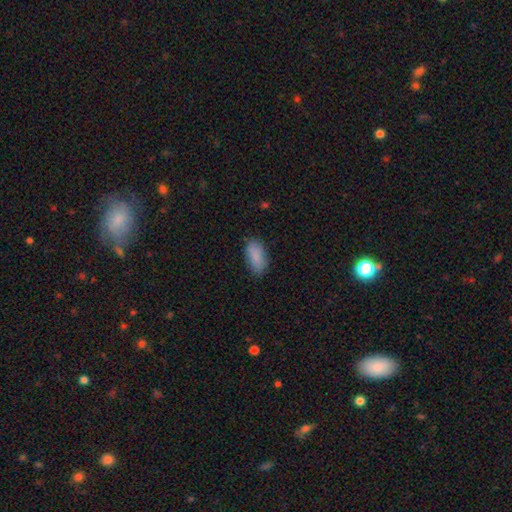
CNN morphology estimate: Smooth or featured?
  - smooth: 87% *
  - star or artifact: 7%
  - featured or disk: 6%
How rounded?
  - in between: 89% *
  - cigar-shaped: 9%
  - round: 3%
Merging?
  - none: 77% *
  - minor disturbance: 18%
  - major disturbance: 4%
  - merger: 1%